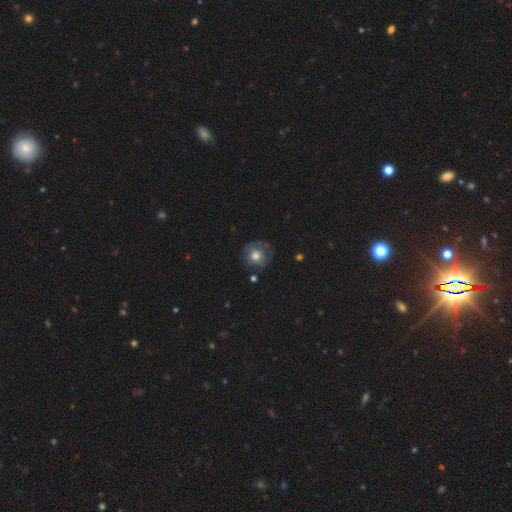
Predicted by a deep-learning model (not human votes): The model was most divided on "smooth or featured": smooth: 64%, featured or disk: 27%, star or artifact: 9%. More confident: how rounded — round (88%); merging — none (65%).